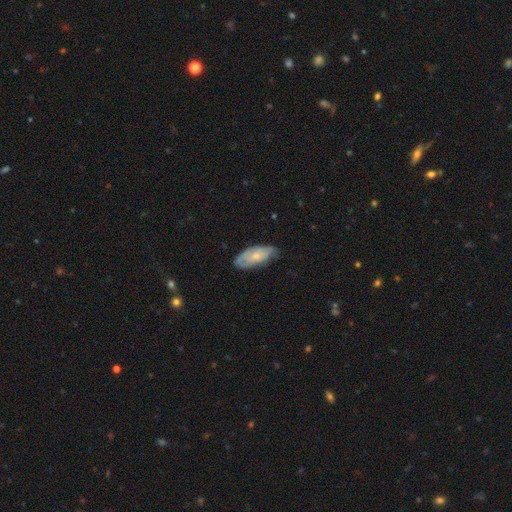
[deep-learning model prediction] Smooth or featured: smooth — 53% (featured or disk — 41%)
How rounded: in between — 86% (cigar-shaped — 12%)
Merging: none — 63% (minor disturbance — 29%)